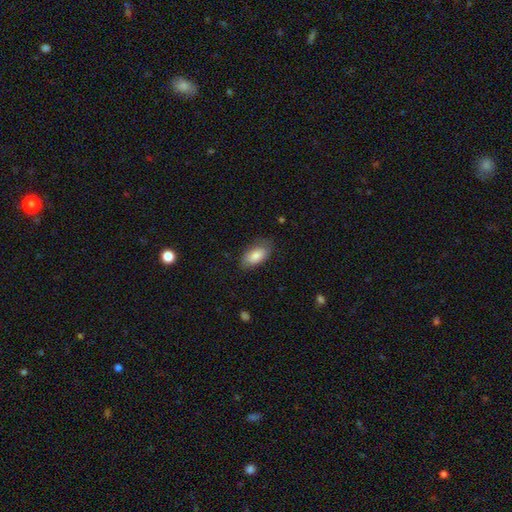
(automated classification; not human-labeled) A smooth galaxy with no disk features (84%) that is in between round and cigar-shaped (92%).

Vote fractions:
- Smooth or featured? smooth: 84% / featured or disk: 10% / star or artifact: 6%
- How rounded? in between: 92% / cigar-shaped: 4% / round: 3%
- Merging? none: 75% / minor disturbance: 19% / major disturbance: 5% / merger: 1%